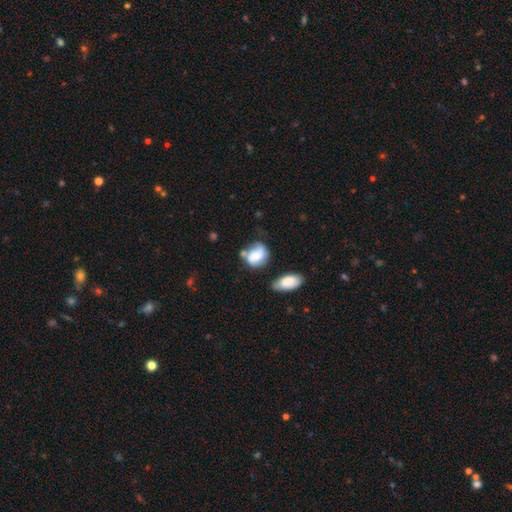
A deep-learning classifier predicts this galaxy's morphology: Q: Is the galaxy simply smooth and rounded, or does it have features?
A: smooth — 61%.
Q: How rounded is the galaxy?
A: in between — 56%.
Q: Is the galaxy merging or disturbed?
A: none — 42%.